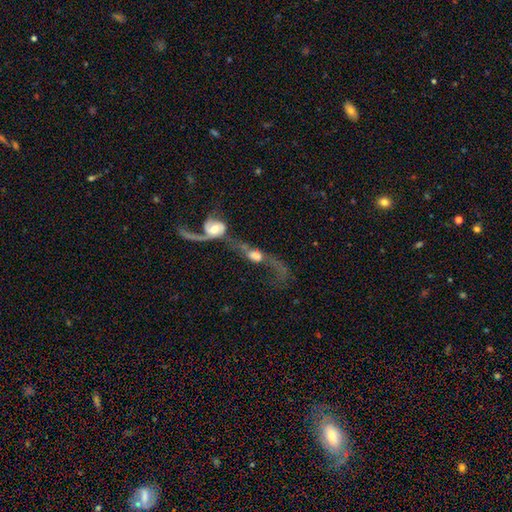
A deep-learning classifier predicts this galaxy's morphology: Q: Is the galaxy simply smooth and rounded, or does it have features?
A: featured or disk — 65%.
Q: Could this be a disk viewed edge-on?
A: no — 85%.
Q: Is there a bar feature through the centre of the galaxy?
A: no — 62%.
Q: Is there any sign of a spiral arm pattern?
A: yes — 72%.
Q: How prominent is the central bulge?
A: moderate — 47%.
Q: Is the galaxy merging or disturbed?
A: merger — 75%.